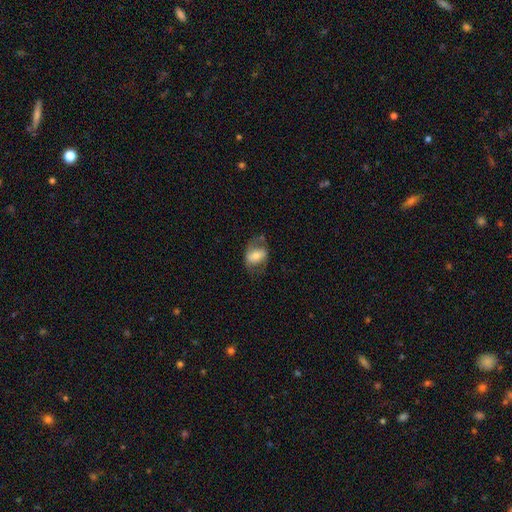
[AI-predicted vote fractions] Q: Smooth or featured?
A: smooth (53%); runner-up: featured or disk (40%)
Q: How rounded?
A: in between (76%); runner-up: round (22%)
Q: Merging?
A: none (57%); runner-up: minor disturbance (23%)